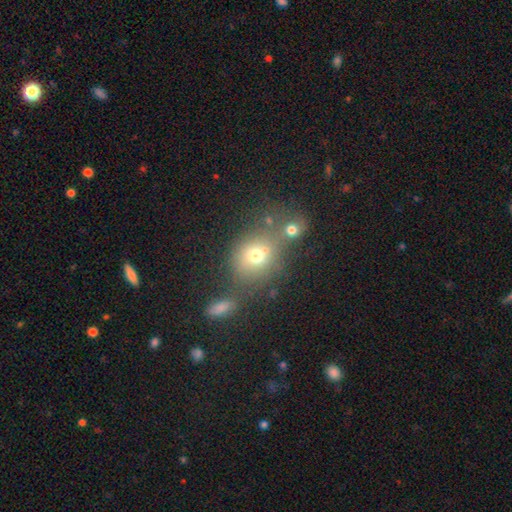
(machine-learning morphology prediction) Smooth or featured?
  - smooth: 68% *
  - star or artifact: 16%
  - featured or disk: 15%
How rounded?
  - round: 65% *
  - in between: 34%
  - cigar-shaped: 1%
Merging?
  - none: 45% *
  - merger: 34%
  - minor disturbance: 13%
  - major disturbance: 8%